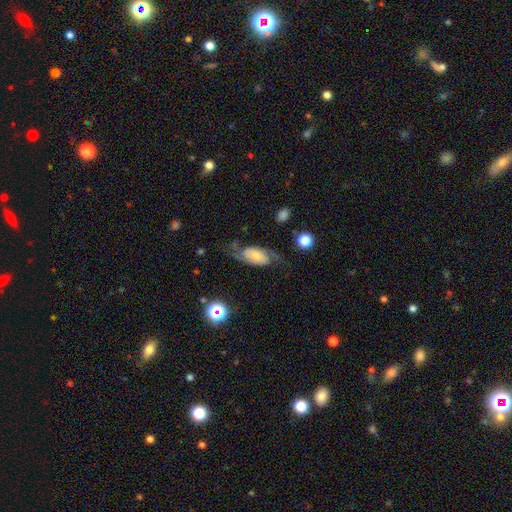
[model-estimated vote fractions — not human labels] Smooth or featured? Predicted: featured or disk (p=0.66). Edge-on disk? Predicted: no (p=0.92). Bar? Predicted: no (p=0.57). Spiral arms? Predicted: yes (p=0.90). Spiral winding? Predicted: medium (p=0.42). Spiral arm count? Predicted: 2 (p=0.87). Bulge size? Predicted: small (p=0.45). Merging? Predicted: none (p=0.61).